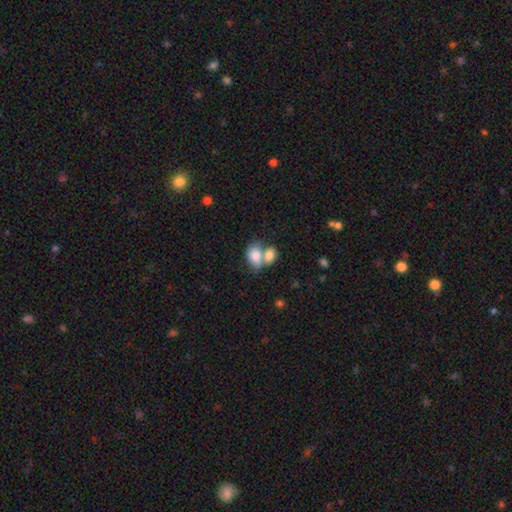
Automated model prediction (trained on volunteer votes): Smooth or featured?
  - smooth: 81% *
  - featured or disk: 12%
  - star or artifact: 7%
How rounded?
  - in between: 78% *
  - round: 21%
  - cigar-shaped: 1%
Merging?
  - merger: 65% *
  - none: 22%
  - minor disturbance: 8%
  - major disturbance: 5%